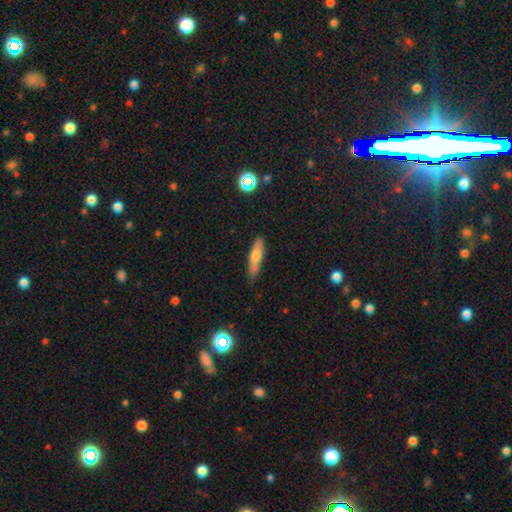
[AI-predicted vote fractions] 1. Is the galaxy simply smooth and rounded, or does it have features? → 67% smooth, 26% featured or disk, 8% star or artifact.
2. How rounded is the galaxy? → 78% cigar-shaped, 20% in between, 2% round.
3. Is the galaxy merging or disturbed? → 82% none, 14% minor disturbance, 2% major disturbance, 2% merger.